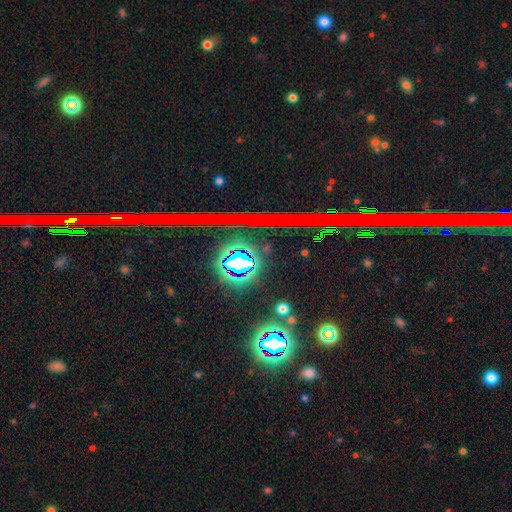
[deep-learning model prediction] Smooth or featured? Predicted: star or artifact (p=0.80).